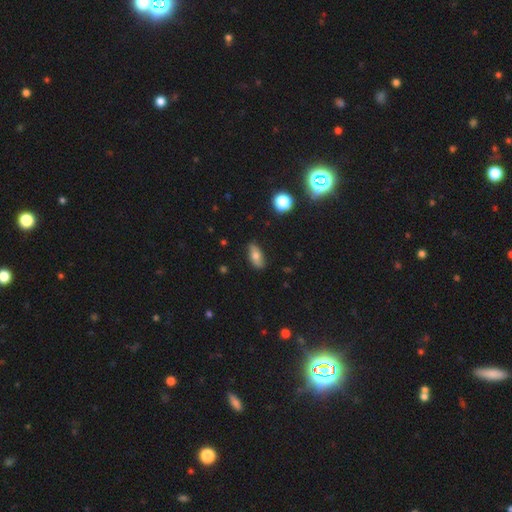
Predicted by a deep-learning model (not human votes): This appears to be a smooth galaxy with no disk features (64%) that is in between round and cigar-shaped (83%). Merging: none (82%).